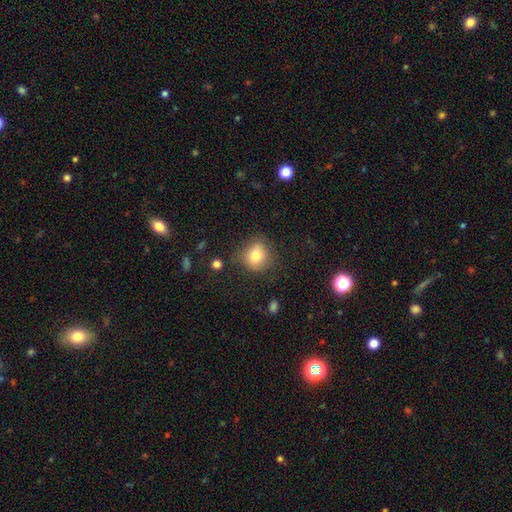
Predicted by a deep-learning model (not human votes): Smooth or featured: smooth — 78% (star or artifact — 11%)
How rounded: round — 79% (in between — 20%)
Merging: none — 76% (minor disturbance — 17%)